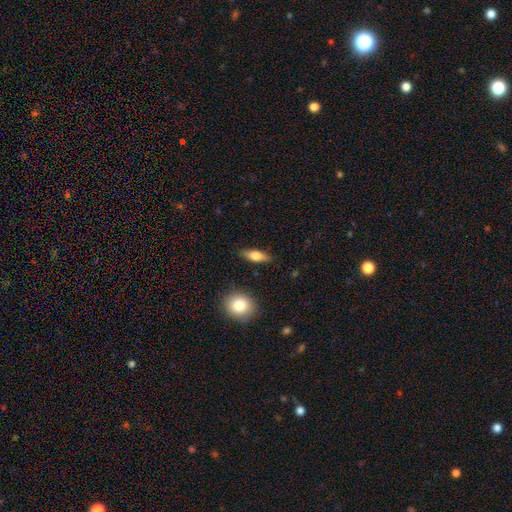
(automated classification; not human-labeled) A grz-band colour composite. It shows a smooth galaxy with no disk features (68%) that is in between round and cigar-shaped (68%). Merging: none (85%).